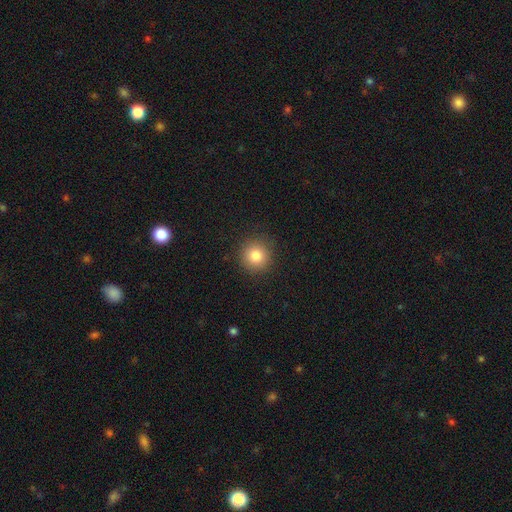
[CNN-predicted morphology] Smooth or featured? Predicted: smooth (p=0.83). How rounded? Predicted: round (p=0.93). Merging? Predicted: none (p=0.90).